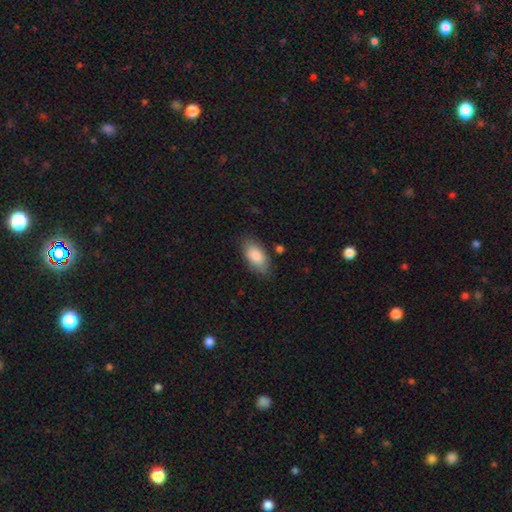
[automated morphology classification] A smooth galaxy with no disk features (85%) that is in between round and cigar-shaped (93%). Merging: none (78%).